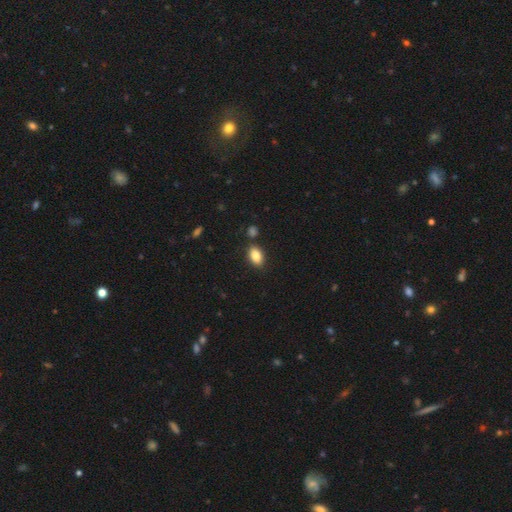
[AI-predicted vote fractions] A smooth galaxy with no disk features (85%) that is in between round and cigar-shaped (90%). Merging: none (82%).